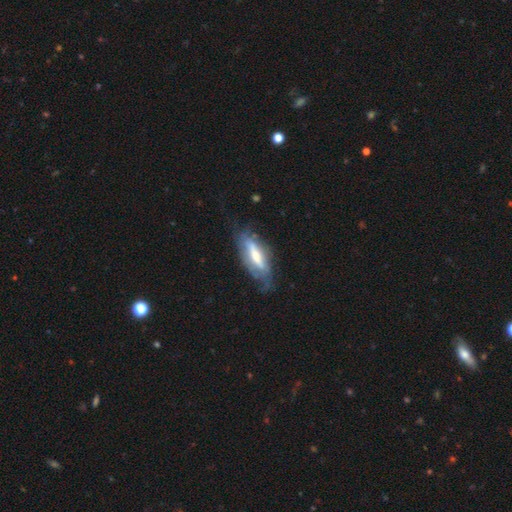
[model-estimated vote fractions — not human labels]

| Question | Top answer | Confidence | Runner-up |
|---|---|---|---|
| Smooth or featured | featured or disk | 61% | smooth (33%) |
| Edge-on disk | no | 62% | yes (38%) |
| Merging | none | 53% | minor disturbance (28%) |